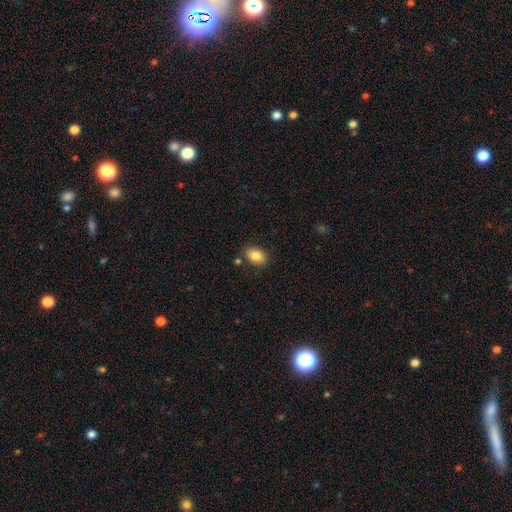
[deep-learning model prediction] Q: Smooth or featured?
A: smooth (84%); runner-up: star or artifact (8%)
Q: How rounded?
A: in between (81%); runner-up: round (18%)
Q: Merging?
A: none (83%); runner-up: minor disturbance (11%)